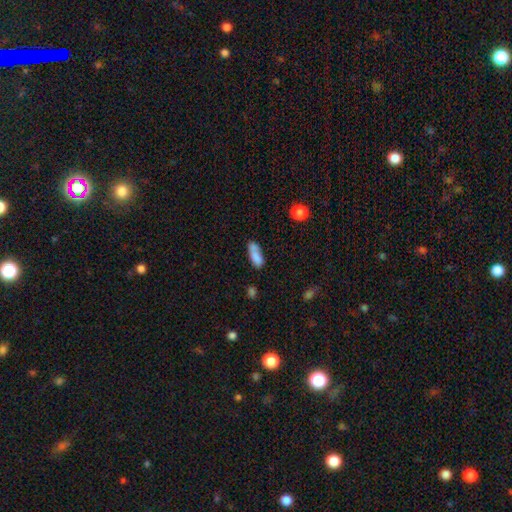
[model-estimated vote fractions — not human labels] smooth_or_featured: smooth (p=0.80) [alt: featured or disk p=0.11]
how_rounded: in between (p=0.67) [alt: cigar-shaped p=0.30]
merging: none (p=0.46) [alt: minor disturbance p=0.26]